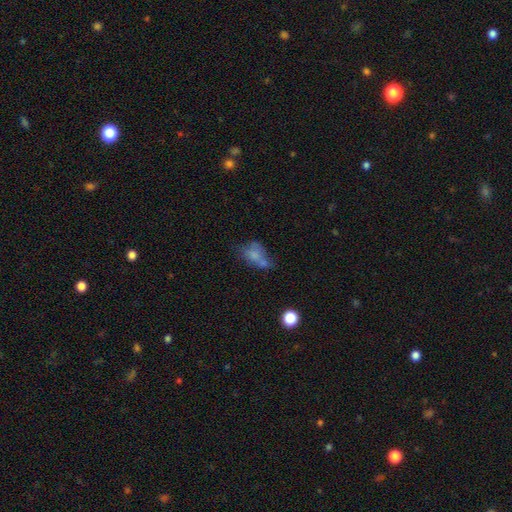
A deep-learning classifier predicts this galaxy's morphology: Overall: smooth (60%; featured or disk 27%). How rounded: in between (76%). Merging: merger (33%; none 29%).